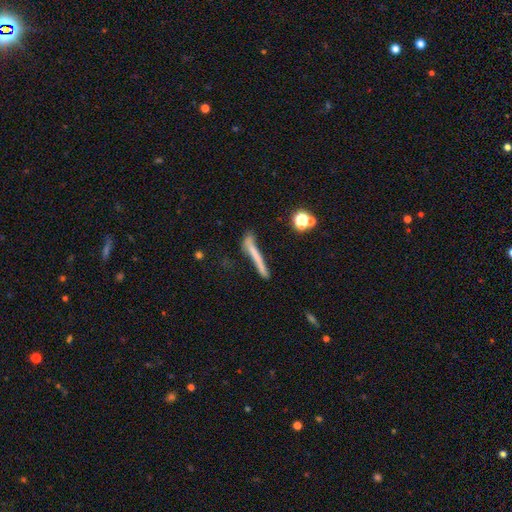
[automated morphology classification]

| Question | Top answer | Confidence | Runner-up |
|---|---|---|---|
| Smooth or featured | smooth | 52% | featured or disk (38%) |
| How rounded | cigar-shaped | 93% | in between (4%) |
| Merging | none | 59% | minor disturbance (22%) |